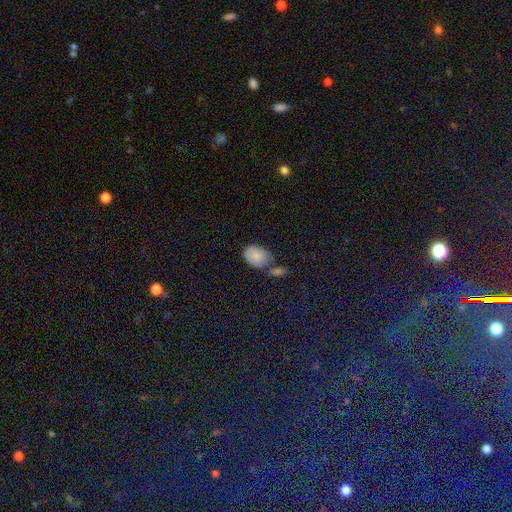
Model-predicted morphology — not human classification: Smooth or featured? Predicted: smooth (p=0.84). How rounded? Predicted: in between (p=0.75). Merging? Predicted: none (p=0.48).